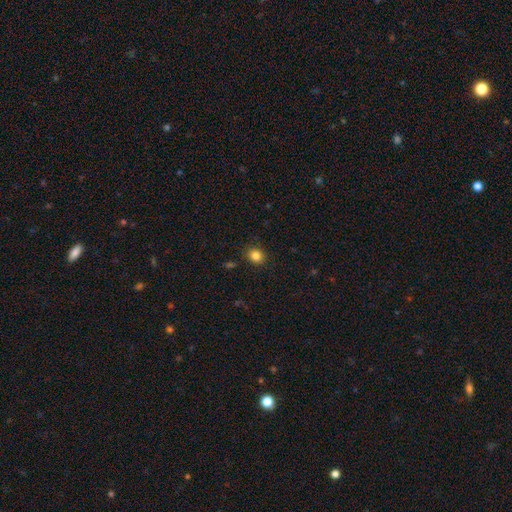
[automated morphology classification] This appears to be a smooth galaxy with no disk features (84%) that is round (68%). Merging: none (88%).